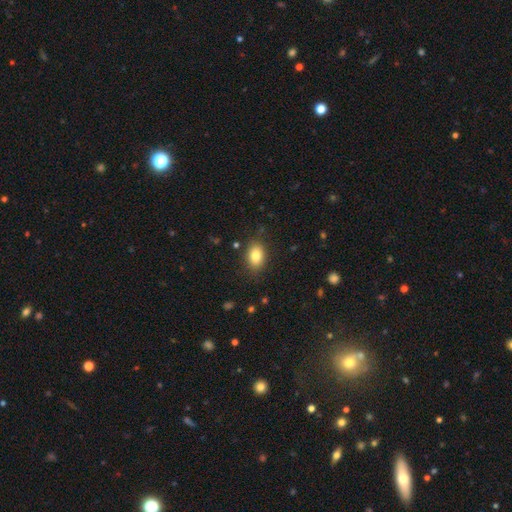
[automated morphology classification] This is clearly a smooth galaxy (83%). How rounded: clearly in between (81%). Merging: clearly none (85%).